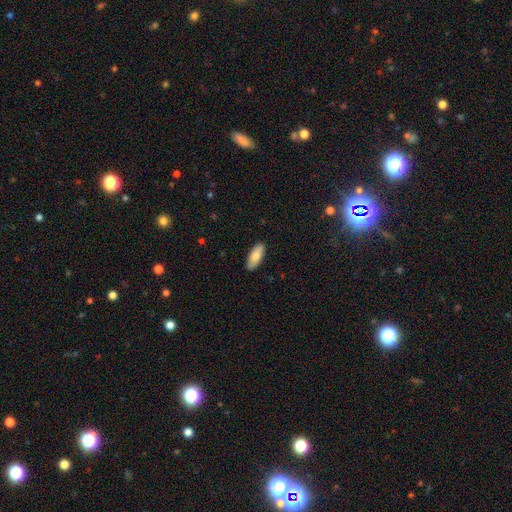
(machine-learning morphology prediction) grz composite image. It shows a smooth galaxy with no disk features (79%) that is in between round and cigar-shaped (83%). Merging: none (89%).